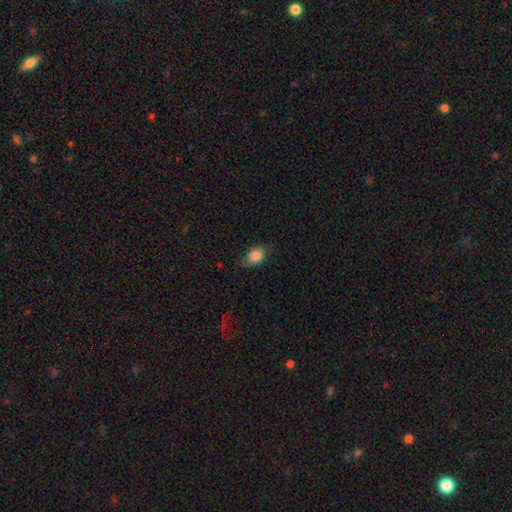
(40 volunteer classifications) Overall: smooth (85%). How rounded: in between (76%). Merging: none (63%; minor disturbance 24%).